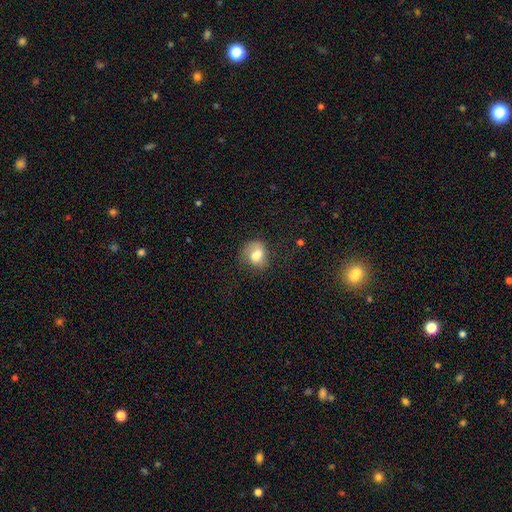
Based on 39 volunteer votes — A smooth galaxy with no disk features (69%) that is in between round and cigar-shaped (52%).

Vote fractions:
- Smooth or featured? smooth: 69% / featured or disk: 21% / star or artifact: 10%
- How rounded? in between: 52% / round: 48% / cigar-shaped: 0%
- Merging? none: 43% / minor disturbance: 29% / merger: 17% / major disturbance: 11%